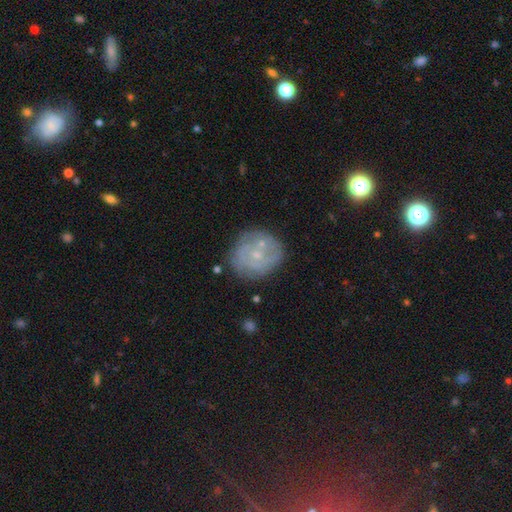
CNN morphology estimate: The model was most divided on "spiral arms": yes: 66%, no: 34%. More confident: edge-on disk — no (97%); bar — no (77%); bulge size — small (74%); merging — none (68%); smooth or featured — featured or disk (62%).